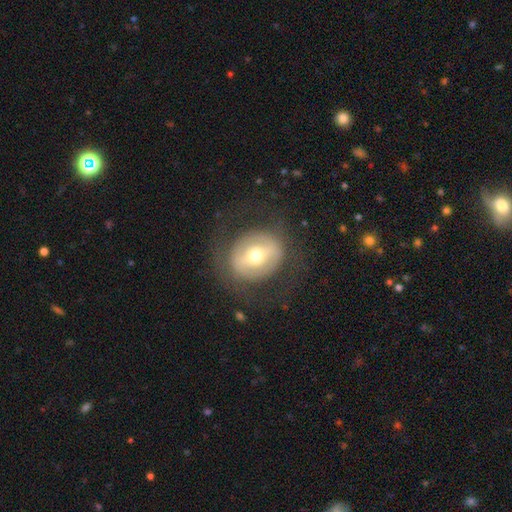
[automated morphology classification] Smooth or featured? featured or disk (57%)
Edge-on disk? no (94%)
Bar? strong (40%)
Spiral arms? no (73%)
Bulge size? moderate (61%)
Merging? none (75%)